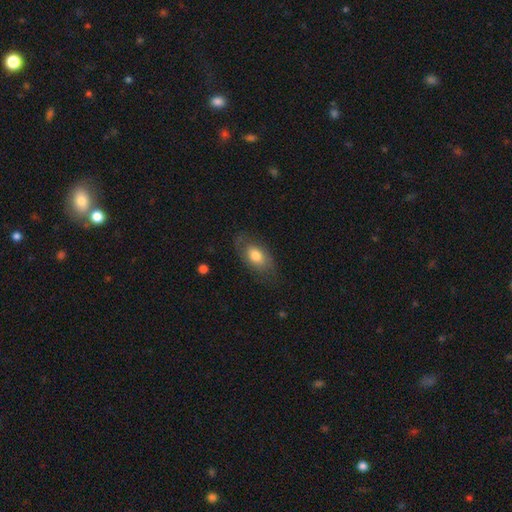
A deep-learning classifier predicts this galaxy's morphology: A smooth galaxy with no disk features (66%) that is in between round and cigar-shaped (89%). Merging: none (69%).